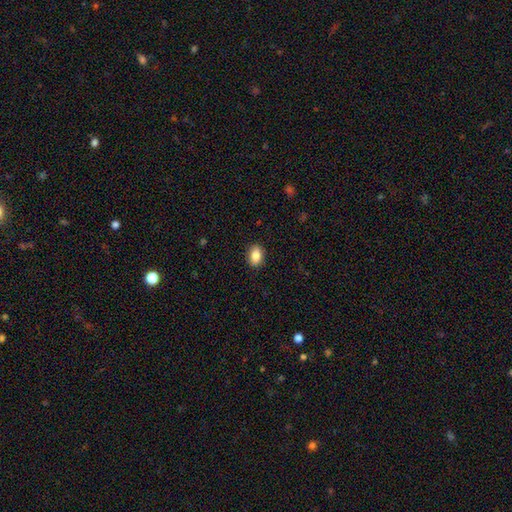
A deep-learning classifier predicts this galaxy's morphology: Smooth or featured?
  - smooth: 85% *
  - star or artifact: 8%
  - featured or disk: 7%
How rounded?
  - in between: 82% *
  - round: 17%
  - cigar-shaped: 2%
Merging?
  - none: 90% *
  - minor disturbance: 8%
  - major disturbance: 2%
  - merger: 1%